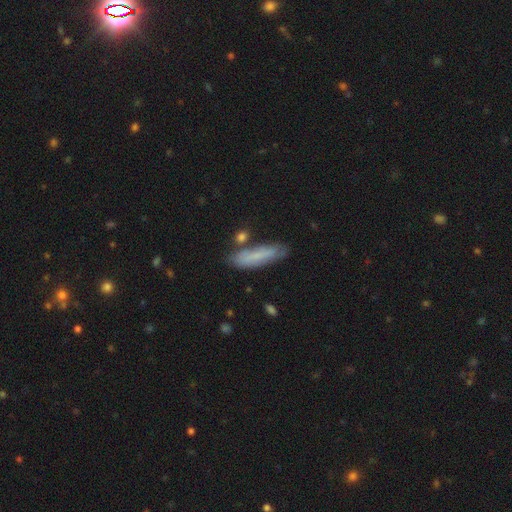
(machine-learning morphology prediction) A smooth galaxy with no disk features (72%) that is cigar-shaped (69%).

Vote fractions:
- Smooth or featured? smooth: 72% / featured or disk: 20% / star or artifact: 8%
- How rounded? cigar-shaped: 69% / in between: 29% / round: 2%
- Merging? none: 71% / minor disturbance: 17% / merger: 7% / major disturbance: 5%